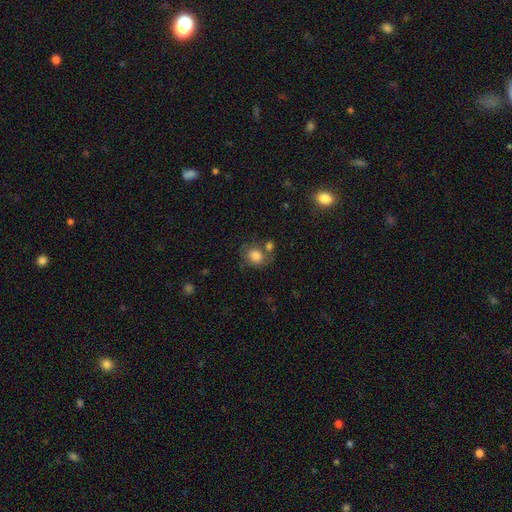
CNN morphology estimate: A smooth galaxy with no disk features (76%) that is round (64%).

Vote fractions:
- Smooth or featured? smooth: 76% / featured or disk: 15% / star or artifact: 9%
- How rounded? round: 64% / in between: 35% / cigar-shaped: 1%
- Merging? none: 49% / merger: 21% / minor disturbance: 20% / major disturbance: 10%